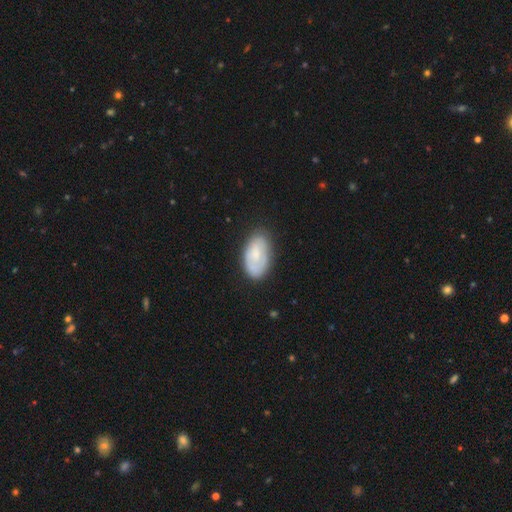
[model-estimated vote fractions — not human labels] smooth-or-featured: smooth: 59% | featured or disk: 34% | star or artifact: 6%
  how-rounded: in between: 93% | round: 5% | cigar-shaped: 2%
  merging: none: 74% | minor disturbance: 19% | major disturbance: 5% | merger: 2%